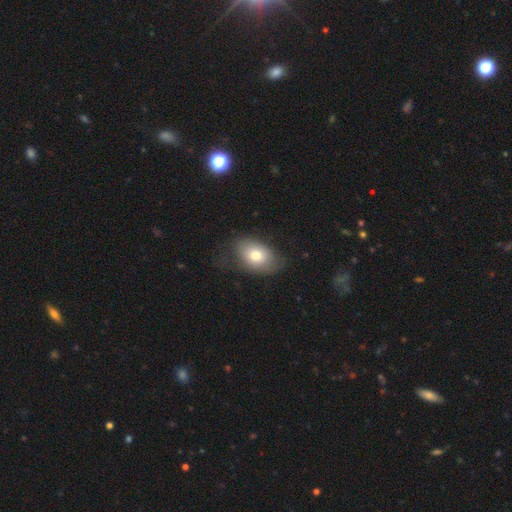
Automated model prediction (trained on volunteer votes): smooth-or-featured: smooth: 73% | featured or disk: 19% | star or artifact: 8%
  how-rounded: in between: 83% | round: 16% | cigar-shaped: 1%
  merging: none: 66% | minor disturbance: 23% | major disturbance: 10% | merger: 1%